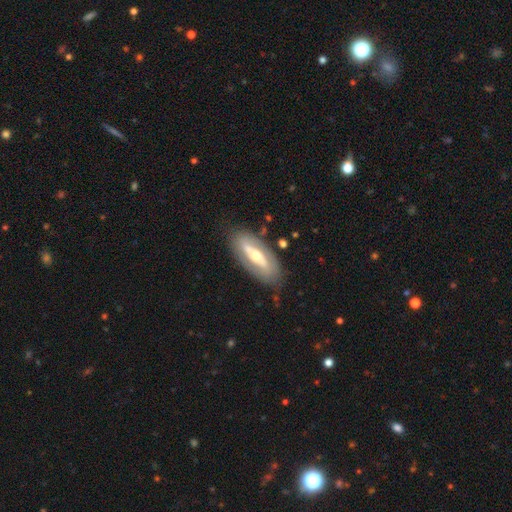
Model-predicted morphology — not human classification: A featured or disk galaxy (70%) with a strong bar (50%), no spiral arms (51%) and a moderate central bulge (65%).

Vote fractions:
- Smooth or featured? featured or disk: 70% / smooth: 25% / star or artifact: 5%
- Edge-on disk? no: 79% / yes: 21%
- Bar? strong: 50% / no: 26% / weak: 24%
- Spiral arms? no: 51% / yes: 49%
- Bulge size? moderate: 65% / small: 26% / large: 6% / dominant: 1% / none: 1%
- Merging? none: 79% / minor disturbance: 14% / major disturbance: 5% / merger: 2%